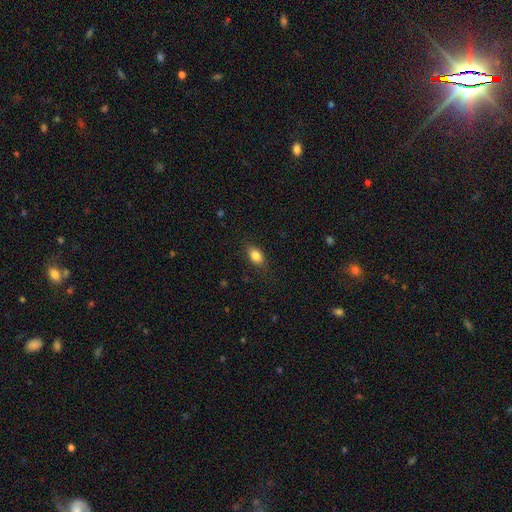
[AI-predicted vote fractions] This is clearly a smooth galaxy (84%). How rounded: clearly in between (84%). Merging: clearly none (84%).